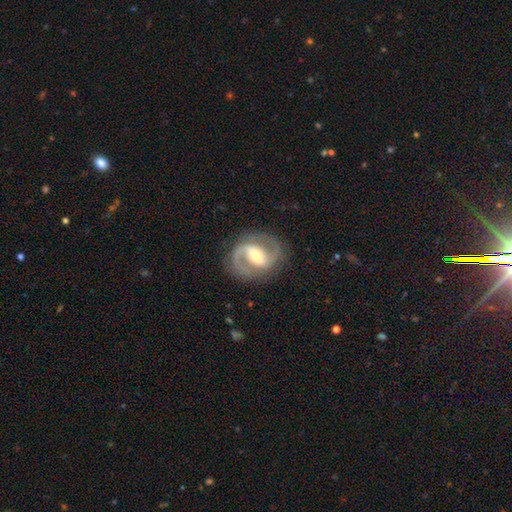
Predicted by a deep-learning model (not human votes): This appears to be a featured or disk galaxy (89%) with a weak bar (42%), 2 (92%) medium (60%) spiral arms (96%) and a moderate central bulge (65%). Merging: none (84%).